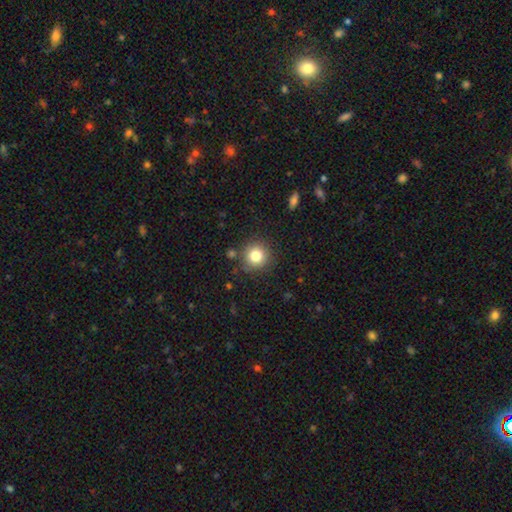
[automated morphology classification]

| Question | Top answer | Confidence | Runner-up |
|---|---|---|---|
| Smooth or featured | smooth | 81% | star or artifact (12%) |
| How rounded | round | 94% | in between (6%) |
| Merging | none | 86% | minor disturbance (8%) |